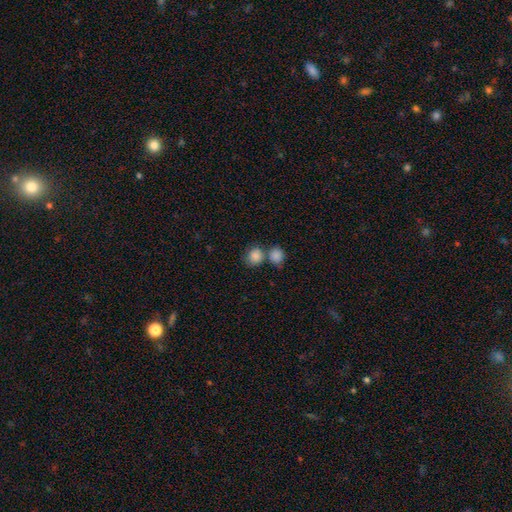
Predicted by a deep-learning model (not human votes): This appears to be a smooth galaxy with no disk features (86%) that is round (70%). Merging: none (45%).